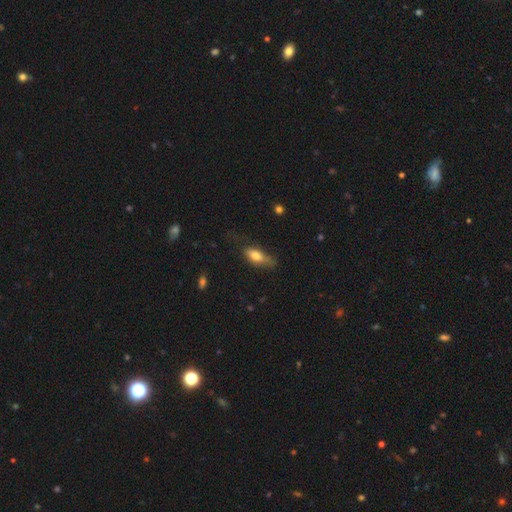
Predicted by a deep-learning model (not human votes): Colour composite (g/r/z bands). It shows a smooth galaxy with no disk features (74%) that is in between round and cigar-shaped (76%). Merging: none (52%).